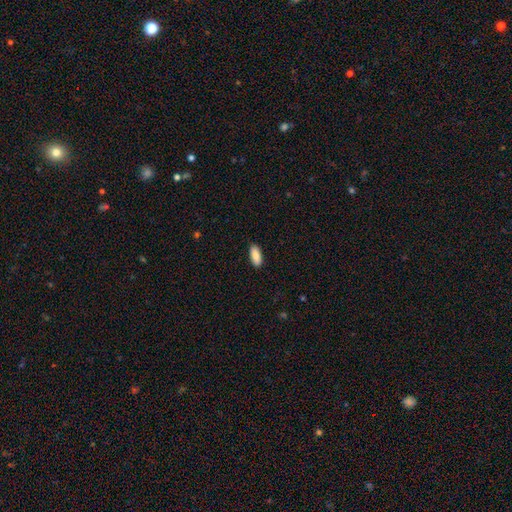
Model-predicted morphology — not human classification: Smooth or featured?
  - smooth: 86% *
  - featured or disk: 8%
  - star or artifact: 6%
How rounded?
  - in between: 87% *
  - cigar-shaped: 11%
  - round: 2%
Merging?
  - none: 89% *
  - minor disturbance: 8%
  - major disturbance: 2%
  - merger: 1%